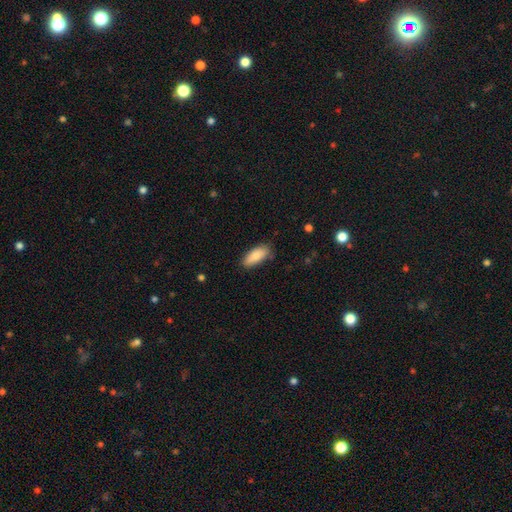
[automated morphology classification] type=smooth (86%); roundness=in between (80%); merging=none (79%).